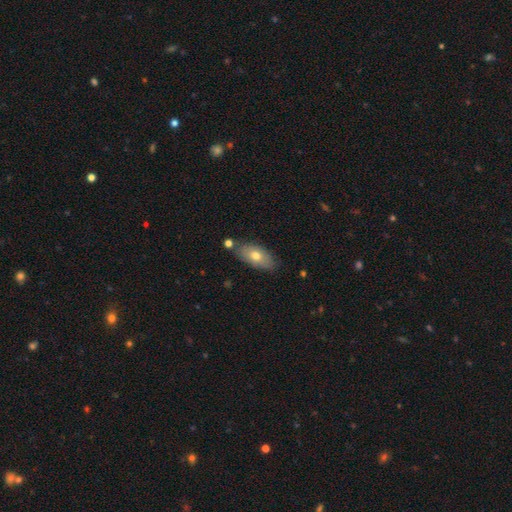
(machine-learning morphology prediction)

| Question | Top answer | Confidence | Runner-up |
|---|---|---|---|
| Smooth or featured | smooth | 69% | featured or disk (24%) |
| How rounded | in between | 88% | cigar-shaped (7%) |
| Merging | none | 73% | minor disturbance (16%) |